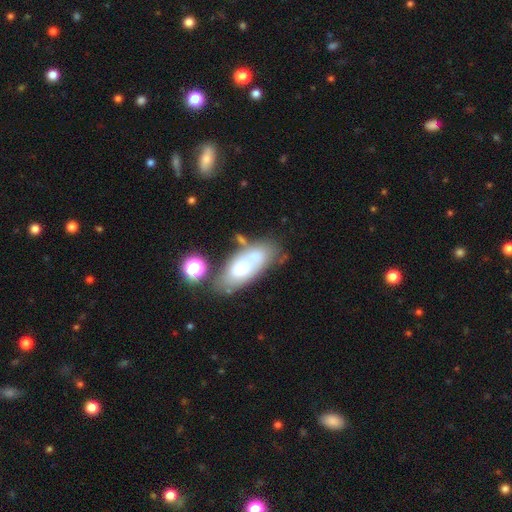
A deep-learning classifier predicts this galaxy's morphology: The model was most divided on "smooth or featured": smooth: 60%, featured or disk: 32%, star or artifact: 8%. Remaining: how rounded — in between (84%); merging — none (49%).